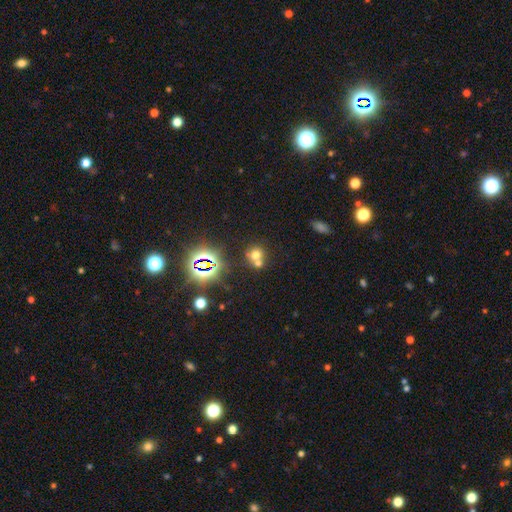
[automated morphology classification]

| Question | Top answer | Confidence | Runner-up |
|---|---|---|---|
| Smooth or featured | smooth | 61% | star or artifact (24%) |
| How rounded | round | 81% | in between (18%) |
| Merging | merger | 49% | none (41%) |